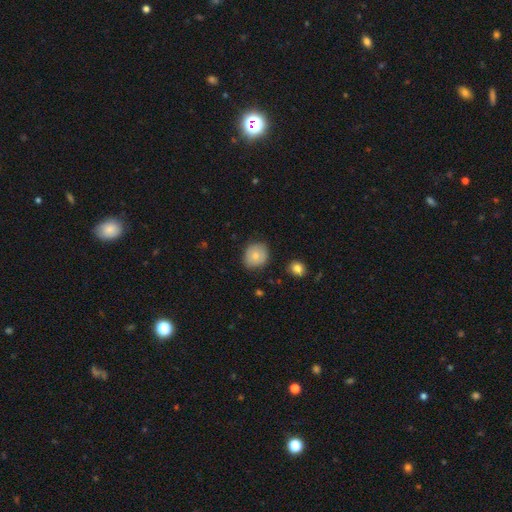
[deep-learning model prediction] A smooth galaxy with no disk features (77%) that is round (79%). Merging: none (79%).